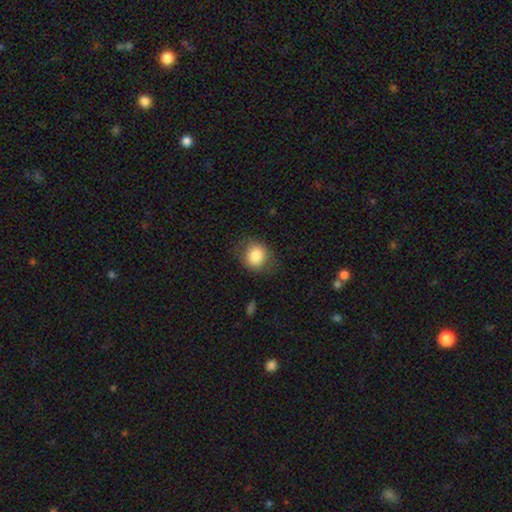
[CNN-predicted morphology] smooth-or-featured: smooth: 83% | featured or disk: 9% | star or artifact: 9%
  how-rounded: round: 74% | in between: 25% | cigar-shaped: 1%
  merging: none: 75% | minor disturbance: 17% | major disturbance: 7% | merger: 1%